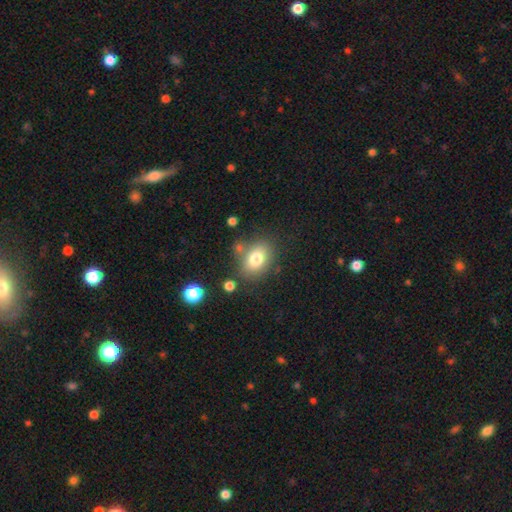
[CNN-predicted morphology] This is likely a smooth galaxy (77%). How rounded: likely in between (70%). Merging: likely none (74%).